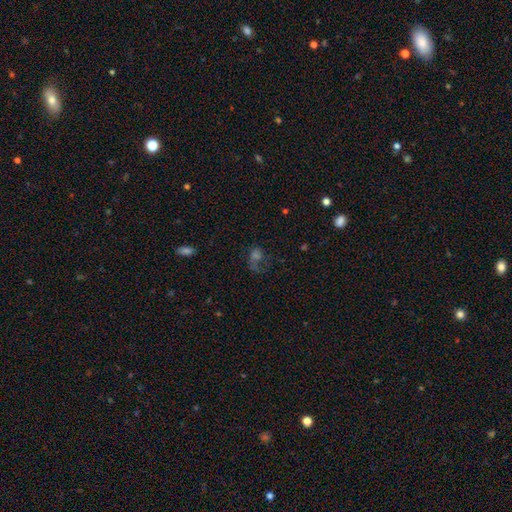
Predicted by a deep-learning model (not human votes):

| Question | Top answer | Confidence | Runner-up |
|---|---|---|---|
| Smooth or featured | smooth | 38% | featured or disk (34%) |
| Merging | major disturbance | 40% | none (39%) |